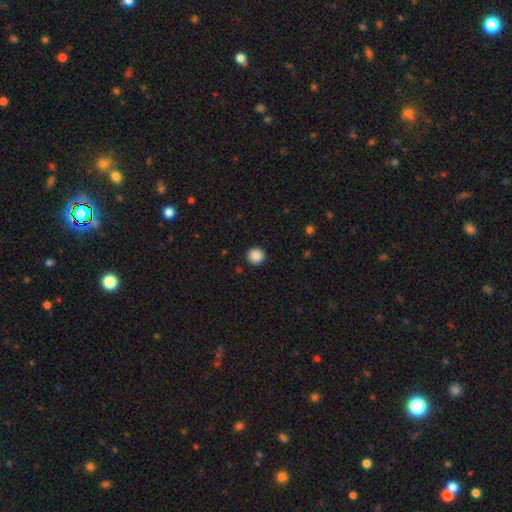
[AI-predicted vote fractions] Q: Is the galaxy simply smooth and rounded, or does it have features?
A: smooth — 88%.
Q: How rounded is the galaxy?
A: round — 94%.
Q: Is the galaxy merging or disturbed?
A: none — 92%.